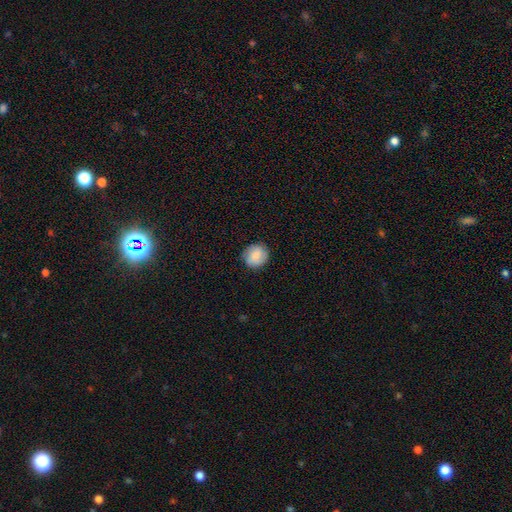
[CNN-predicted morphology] smooth-or-featured: smooth: 81% | featured or disk: 11% | star or artifact: 7%
  how-rounded: round: 83% | in between: 16% | cigar-shaped: 1%
  merging: none: 82% | minor disturbance: 14% | major disturbance: 3% | merger: 1%